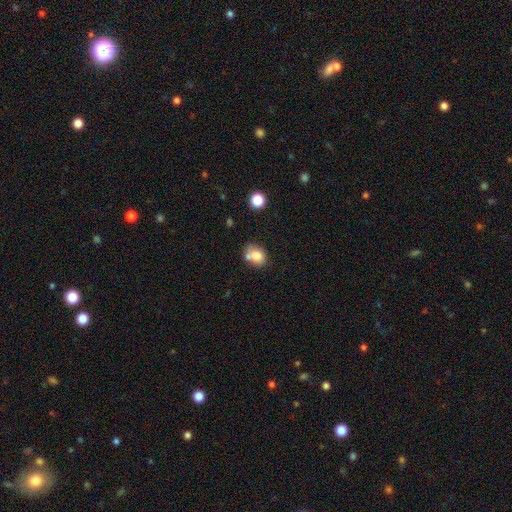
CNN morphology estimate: Smooth or featured?
  - smooth: 77% *
  - featured or disk: 13%
  - star or artifact: 10%
How rounded?
  - in between: 57% *
  - round: 42%
  - cigar-shaped: 1%
Merging?
  - none: 46% *
  - merger: 31%
  - minor disturbance: 17%
  - major disturbance: 6%